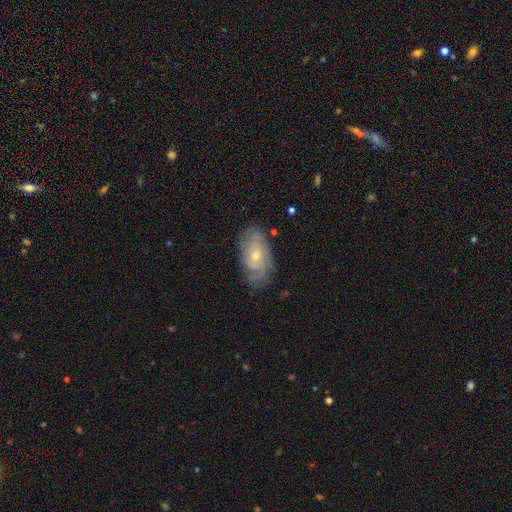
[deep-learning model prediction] Smooth or featured? Predicted: featured or disk (p=0.70). Edge-on disk? Predicted: no (p=0.94). Bar? Predicted: no (p=0.69). Spiral arms? Predicted: yes (p=0.89). Spiral winding? Predicted: tight (p=0.59). Spiral arm count? Predicted: can't tell (p=0.47). Bulge size? Predicted: small (p=0.62). Merging? Predicted: none (p=0.73).